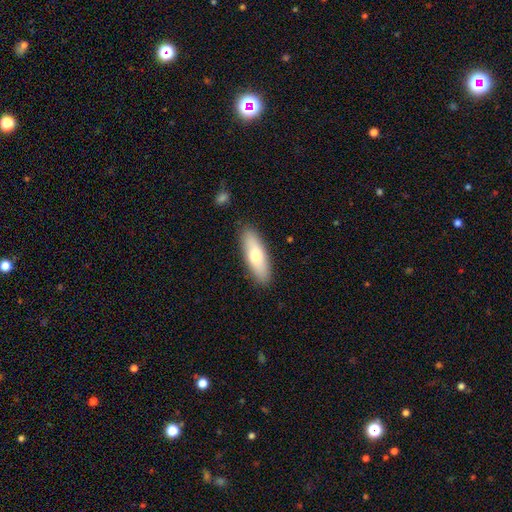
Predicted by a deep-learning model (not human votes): Smooth or featured? smooth (69%)
How rounded? in between (55%)
Merging? none (88%)